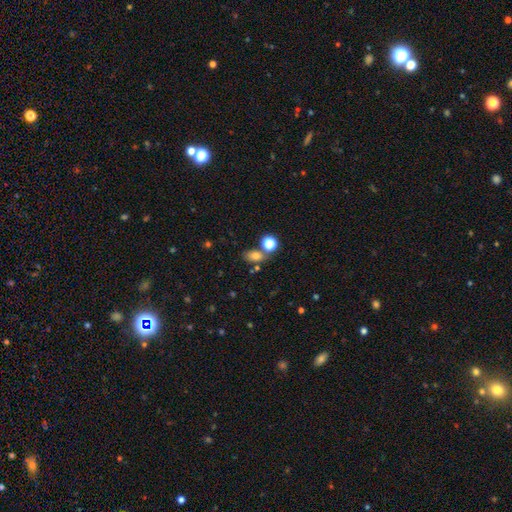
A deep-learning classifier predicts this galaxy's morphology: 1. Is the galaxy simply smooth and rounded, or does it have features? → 74% smooth, 17% star or artifact, 10% featured or disk.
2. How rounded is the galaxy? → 72% in between, 26% round, 2% cigar-shaped.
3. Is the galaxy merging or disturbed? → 63% none, 20% merger, 13% minor disturbance, 5% major disturbance.